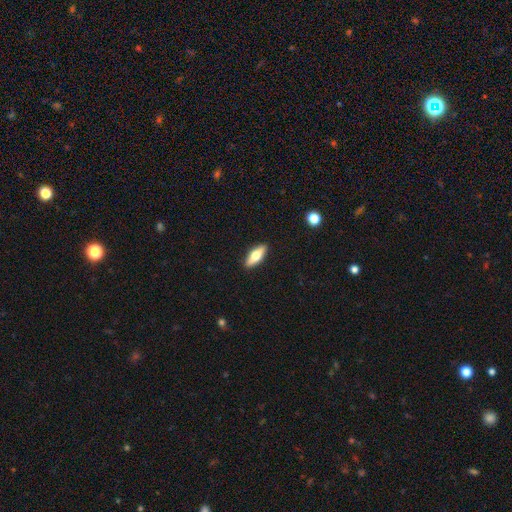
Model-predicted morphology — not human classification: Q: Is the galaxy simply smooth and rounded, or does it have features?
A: smooth — 58%.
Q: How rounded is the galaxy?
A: in between — 62%.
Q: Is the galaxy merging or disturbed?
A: none — 90%.